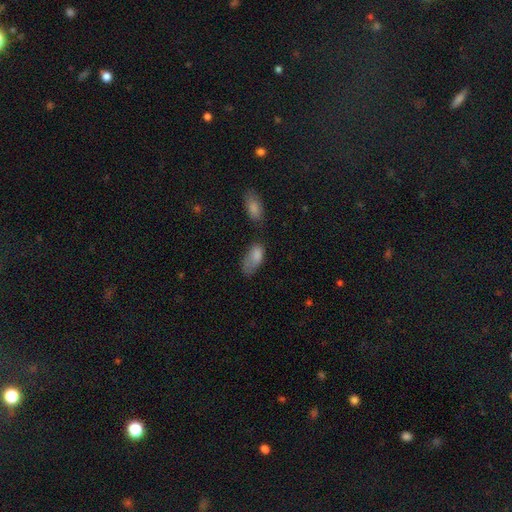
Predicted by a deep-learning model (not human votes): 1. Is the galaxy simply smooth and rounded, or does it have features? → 80% smooth, 12% featured or disk, 8% star or artifact.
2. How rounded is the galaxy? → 92% in between, 5% cigar-shaped, 3% round.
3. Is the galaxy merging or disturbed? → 33% none, 32% minor disturbance, 21% major disturbance, 14% merger.